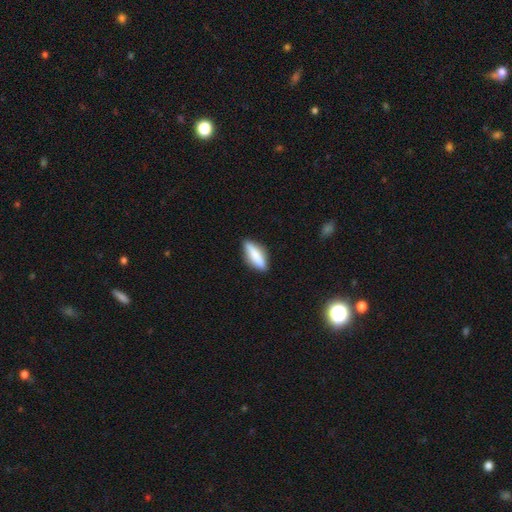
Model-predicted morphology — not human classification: This appears to be a smooth galaxy with no disk features (70%) that is cigar-shaped (67%). Merging: none (86%).